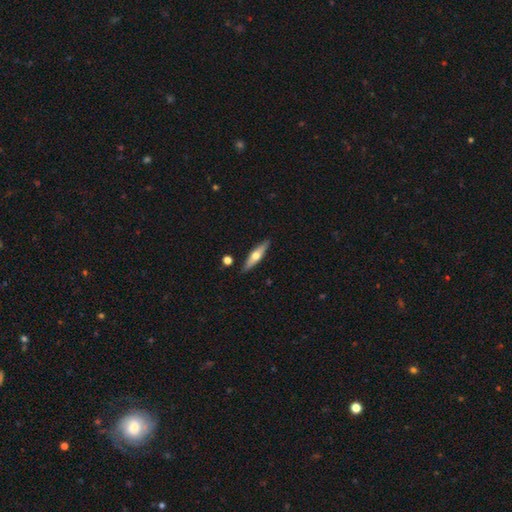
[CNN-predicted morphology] A featured or disk galaxy (56%) viewed edge-on (92%) with a rounded central bulge (93%).

Vote fractions:
- Smooth or featured? featured or disk: 56% / smooth: 39% / star or artifact: 6%
- Edge-on disk? yes: 92% / no: 8%
- Edge-on bulge? rounded: 93% / none: 4% / boxy: 3%
- Merging? none: 88% / minor disturbance: 8% / merger: 2% / major disturbance: 2%